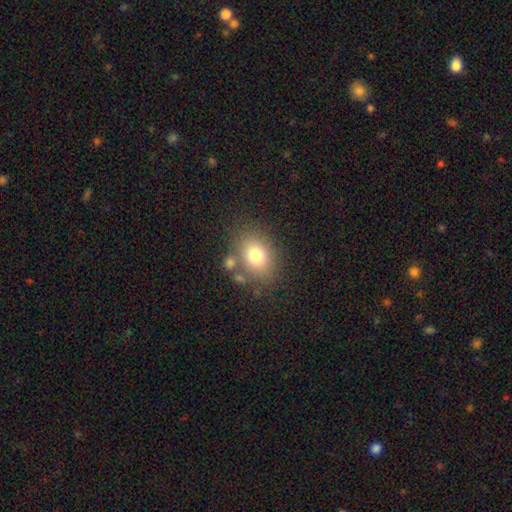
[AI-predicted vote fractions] Overall: smooth (76%). How rounded: in between (63%; round 36%). Merging: none (72%).